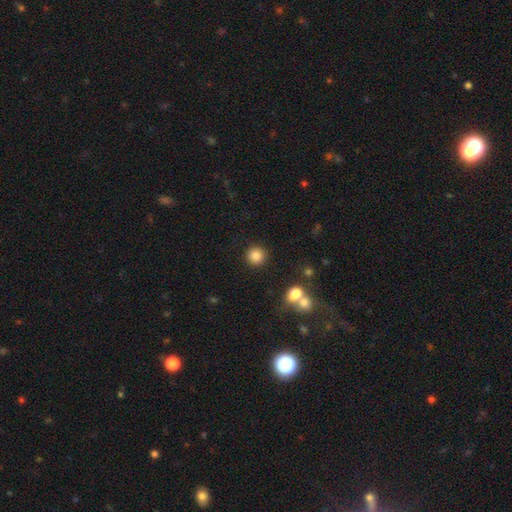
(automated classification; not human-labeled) Smooth or featured?
  - smooth: 85% *
  - star or artifact: 10%
  - featured or disk: 4%
How rounded?
  - round: 93% *
  - in between: 6%
  - cigar-shaped: 1%
Merging?
  - none: 88% *
  - minor disturbance: 6%
  - merger: 3%
  - major disturbance: 3%